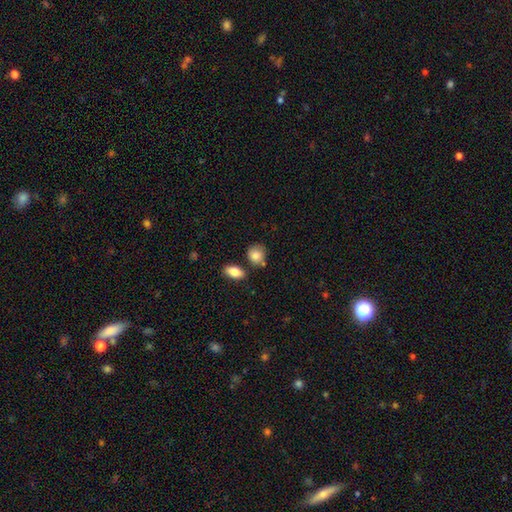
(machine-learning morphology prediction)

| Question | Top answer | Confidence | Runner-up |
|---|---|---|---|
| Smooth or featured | smooth | 84% | featured or disk (8%) |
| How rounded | round | 65% | in between (33%) |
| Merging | none | 67% | minor disturbance (17%) |